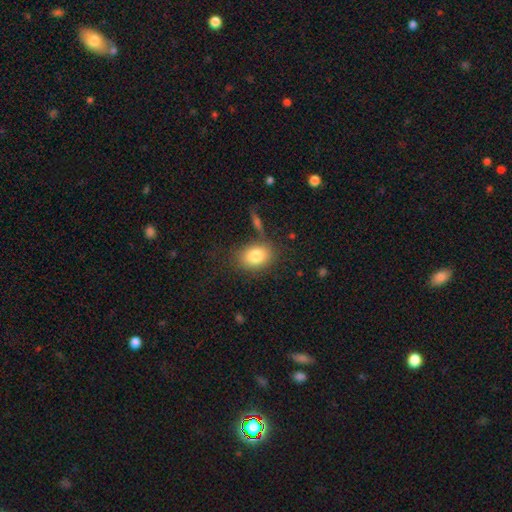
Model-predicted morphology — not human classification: A smooth galaxy with no disk features (81%) that is in between round and cigar-shaped (66%).

Vote fractions:
- Smooth or featured? smooth: 81% / featured or disk: 10% / star or artifact: 9%
- How rounded? in between: 66% / round: 33% / cigar-shaped: 1%
- Merging? none: 74% / minor disturbance: 14% / merger: 6% / major disturbance: 6%